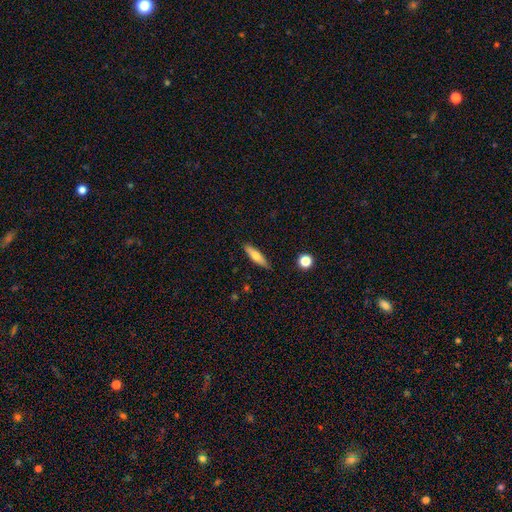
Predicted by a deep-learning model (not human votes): This appears to be a smooth galaxy with no disk features (64%) that is cigar-shaped (72%). Merging: none (87%).